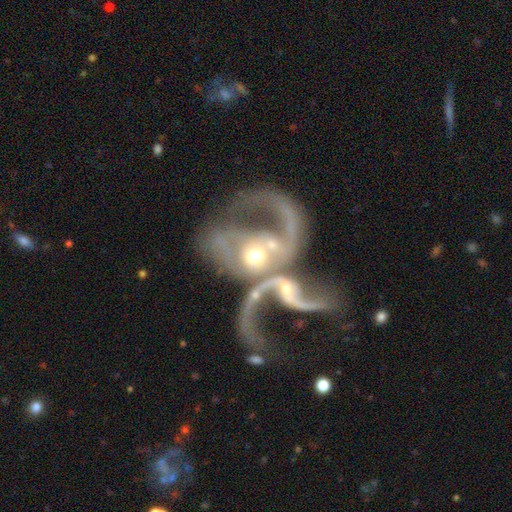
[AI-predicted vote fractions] The model was most divided on "bulge size": small: 45%, moderate: 43%, none: 6%, large: 4%, dominant: 2%. More confident: edge-on disk — no (97%); smooth or featured — featured or disk (81%); spiral arms — yes (80%); spiral winding — loose (75%); merging — merger (69%); spiral arm count — 2 (59%); bar — no (58%).